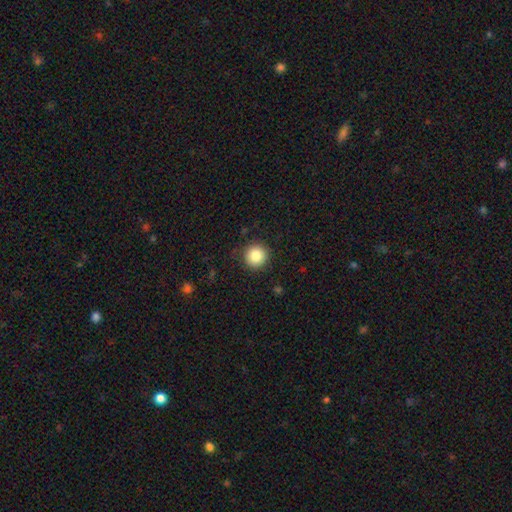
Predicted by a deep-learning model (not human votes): Smooth or featured: smooth — 86% (star or artifact — 9%)
How rounded: round — 95% (in between — 4%)
Merging: none — 90% (minor disturbance — 7%)